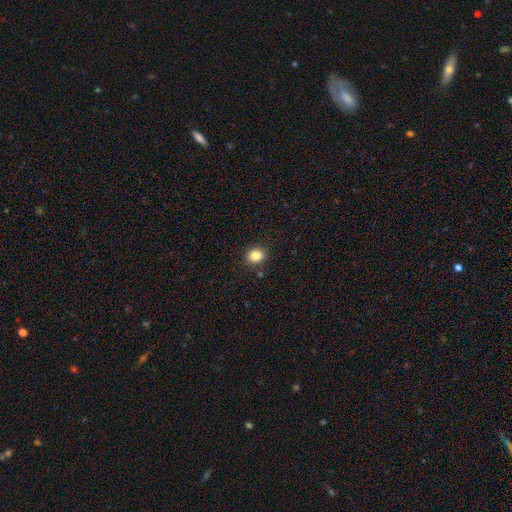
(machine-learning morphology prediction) Overall: smooth (84%). How rounded: round (71%). Merging: none (88%).